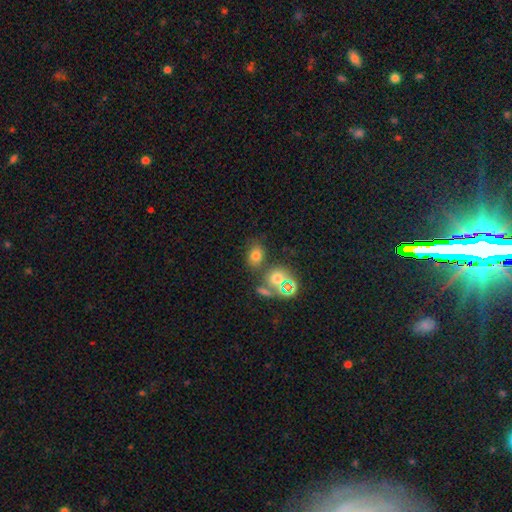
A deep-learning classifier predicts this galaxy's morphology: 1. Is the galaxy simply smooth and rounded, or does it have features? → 70% smooth, 20% star or artifact, 10% featured or disk.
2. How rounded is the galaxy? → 61% in between, 37% round, 1% cigar-shaped.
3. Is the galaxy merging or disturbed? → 65% none, 17% merger, 12% minor disturbance, 5% major disturbance.